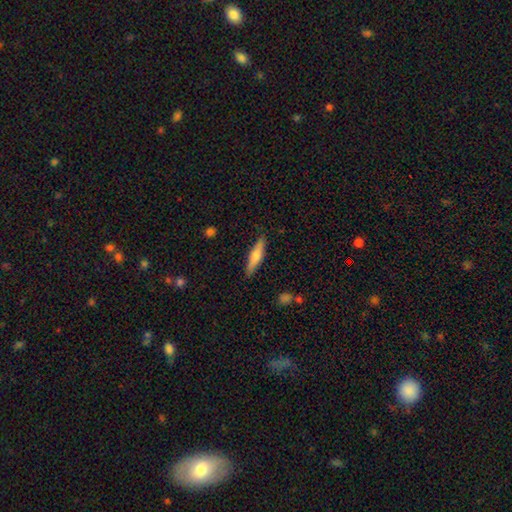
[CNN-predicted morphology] smooth_or_featured: smooth (p=0.55) [alt: featured or disk p=0.40]
how_rounded: cigar-shaped (p=0.82) [alt: in between p=0.17]
merging: none (p=0.88) [alt: minor disturbance p=0.09]